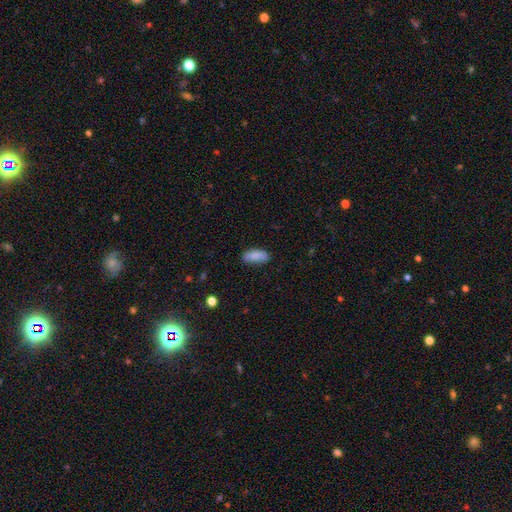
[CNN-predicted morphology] A smooth galaxy with no disk features (87%) that is in between round and cigar-shaped (75%).

Vote fractions:
- Smooth or featured? smooth: 87% / star or artifact: 7% / featured or disk: 6%
- How rounded? in between: 75% / cigar-shaped: 23% / round: 2%
- Merging? none: 81% / minor disturbance: 15% / major disturbance: 3% / merger: 1%